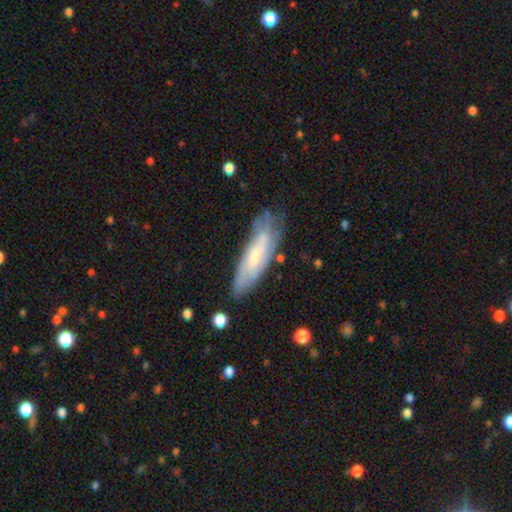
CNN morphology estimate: smooth_or_featured: featured or disk (p=0.52) [alt: smooth p=0.42]
disk_edge_on: no (p=0.66) [alt: yes p=0.34]
merging: none (p=0.63) [alt: minor disturbance p=0.25]